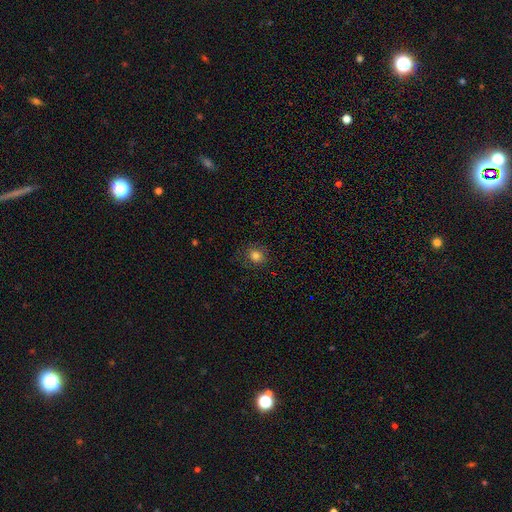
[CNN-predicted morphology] Smooth or featured? smooth (81%)
How rounded? round (83%)
Merging? none (83%)